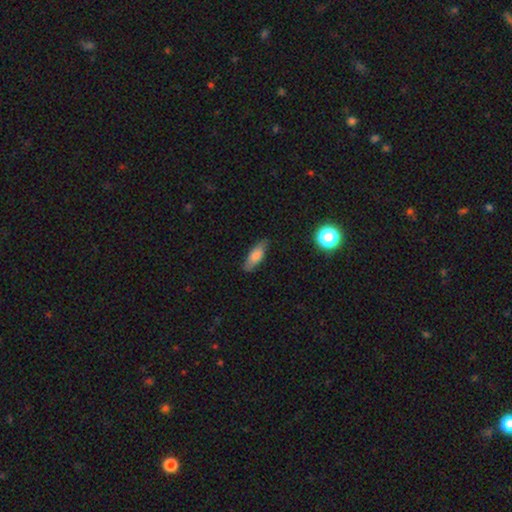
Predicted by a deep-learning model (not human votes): smooth_or_featured: smooth (p=0.77) [alt: featured or disk p=0.16]
how_rounded: in between (p=0.64) [alt: cigar-shaped p=0.33]
merging: none (p=0.80) [alt: minor disturbance p=0.16]